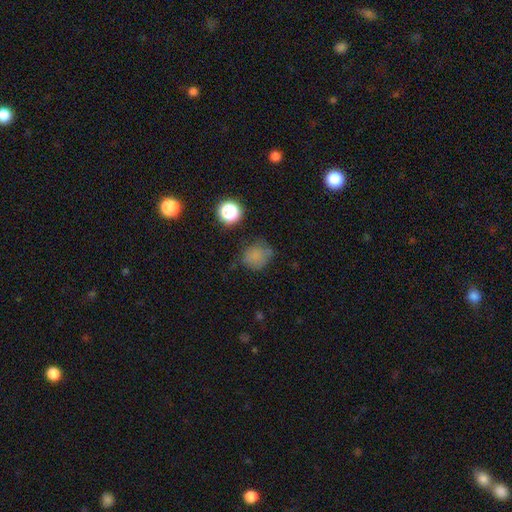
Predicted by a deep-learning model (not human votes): Q: Smooth or featured?
A: smooth (73%); runner-up: star or artifact (18%)
Q: How rounded?
A: round (73%); runner-up: in between (26%)
Q: Merging?
A: none (59%); runner-up: minor disturbance (26%)